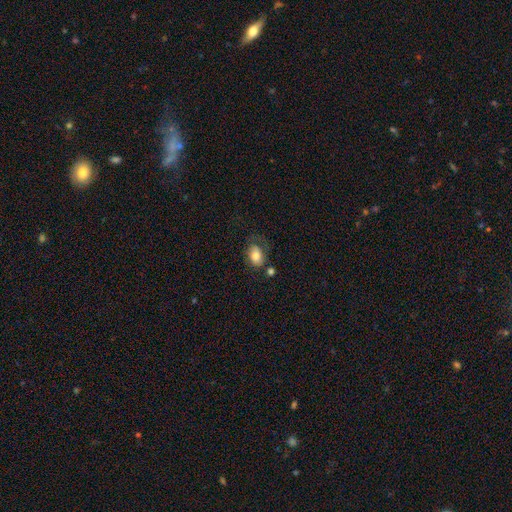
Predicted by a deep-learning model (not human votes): Smooth or featured? Predicted: smooth (p=0.75). How rounded? Predicted: in between (p=0.74). Merging? Predicted: none (p=0.50).